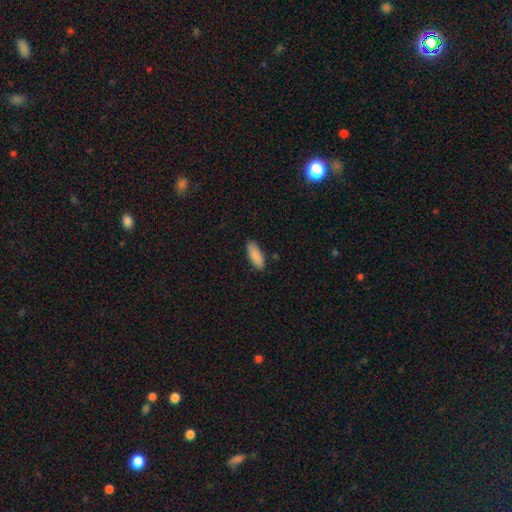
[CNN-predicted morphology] Overall: smooth (89%). How rounded: in between (69%; cigar-shaped 30%). Merging: none (84%).